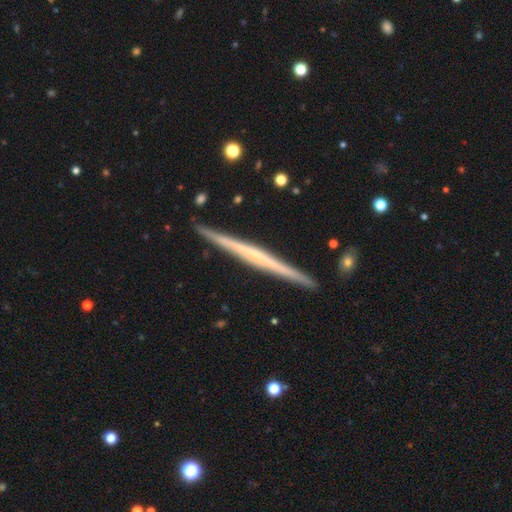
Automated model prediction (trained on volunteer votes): smooth_or_featured: featured or disk (p=0.70) [alt: smooth p=0.25]
disk_edge_on: yes (p=0.98) [alt: no p=0.02]
edge_on_bulge: none (p=0.77) [alt: rounded p=0.15]
merging: none (p=0.91) [alt: minor disturbance p=0.07]